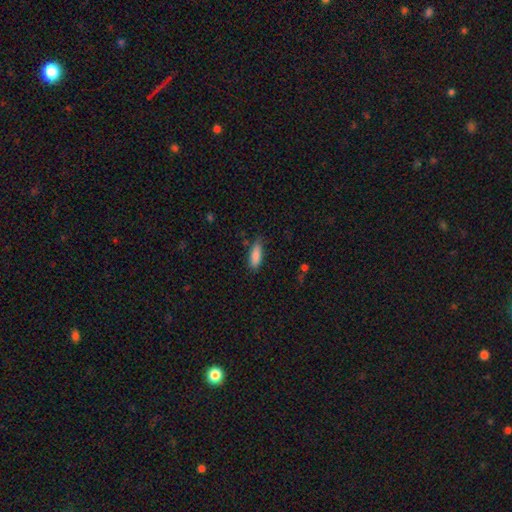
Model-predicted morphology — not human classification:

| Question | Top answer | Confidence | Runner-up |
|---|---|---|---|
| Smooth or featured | smooth | 86% | featured or disk (7%) |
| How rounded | in between | 60% | cigar-shaped (38%) |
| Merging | none | 73% | minor disturbance (21%) |